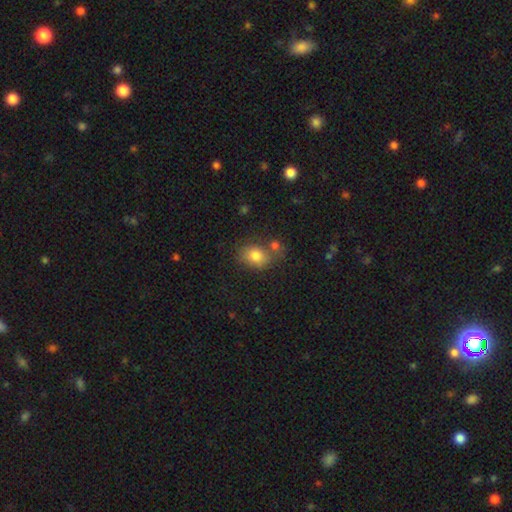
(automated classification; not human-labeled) smooth-or-featured: smooth: 79% | featured or disk: 11% | star or artifact: 10%
  how-rounded: in between: 59% | round: 40% | cigar-shaped: 1%
  merging: none: 57% | merger: 18% | minor disturbance: 18% | major disturbance: 7%